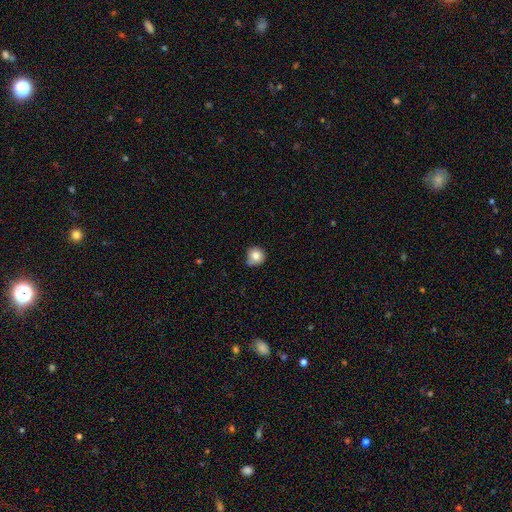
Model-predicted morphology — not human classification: Smooth or featured? Predicted: smooth (p=0.81). How rounded? Predicted: round (p=0.92). Merging? Predicted: none (p=0.66).